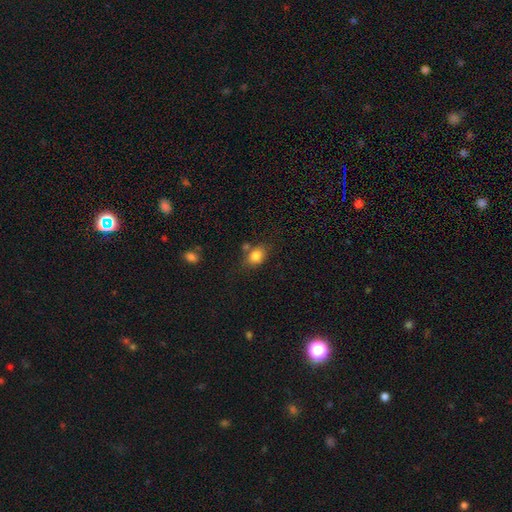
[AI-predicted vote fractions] This appears to be a smooth galaxy with no disk features (83%) that is in between round and cigar-shaped (64%). Merging: none (65%).